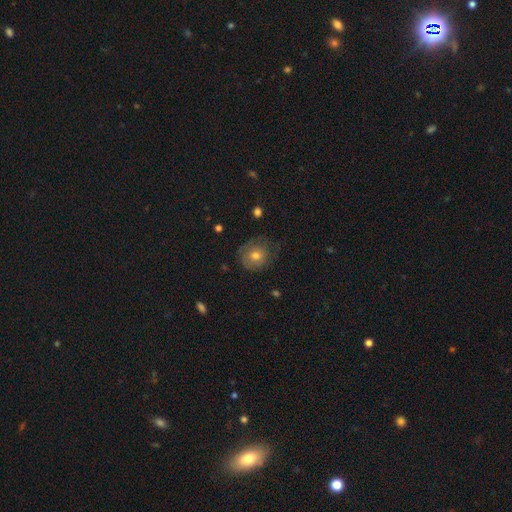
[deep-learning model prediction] This is likely a smooth galaxy (61%). How rounded: clearly round (84%). Merging: likely none (63%).